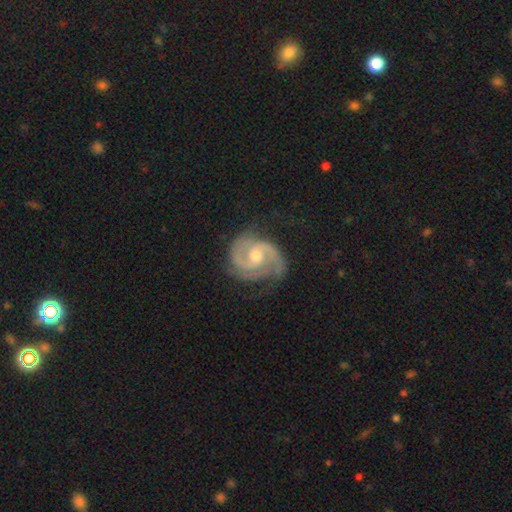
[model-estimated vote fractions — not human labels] Morphology: type=featured or disk (92%); edge-on=no (98%); bar=no (50%); spiral arms=yes (98%); winding=medium (47%); arm count=2 (75%); bulge=moderate (68%); merging=none (71%).